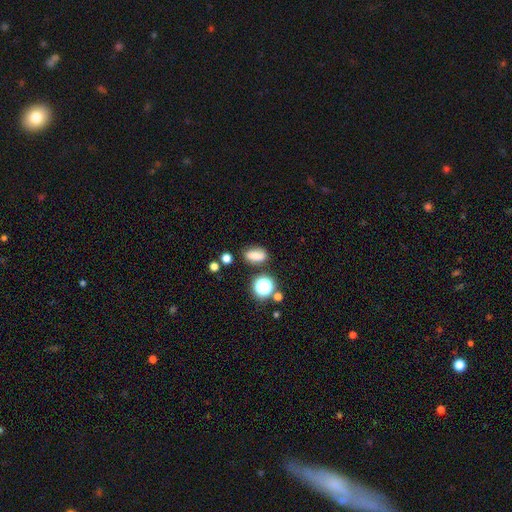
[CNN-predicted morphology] Smooth or featured?
  - smooth: 73% *
  - star or artifact: 16%
  - featured or disk: 11%
How rounded?
  - in between: 75% *
  - round: 20%
  - cigar-shaped: 5%
Merging?
  - none: 73% *
  - minor disturbance: 17%
  - merger: 6%
  - major disturbance: 5%